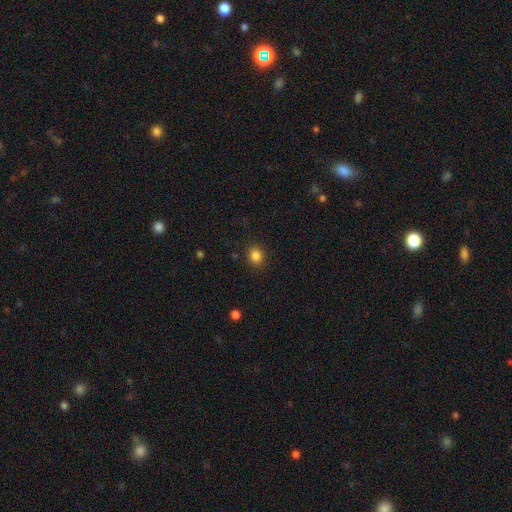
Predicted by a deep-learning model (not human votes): Smooth or featured?
  - smooth: 84% *
  - star or artifact: 11%
  - featured or disk: 4%
How rounded?
  - round: 76% *
  - in between: 23%
  - cigar-shaped: 1%
Merging?
  - none: 89% *
  - minor disturbance: 7%
  - major disturbance: 2%
  - merger: 1%